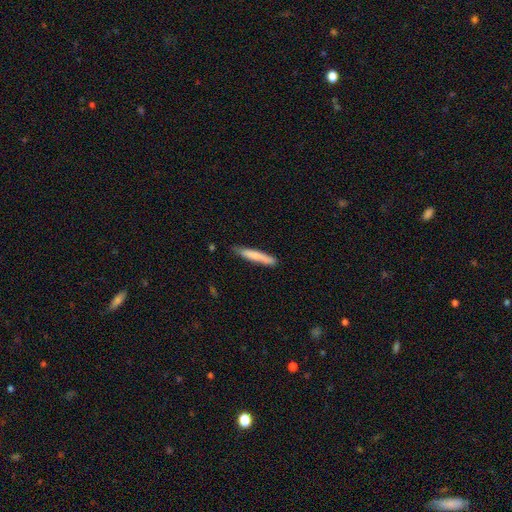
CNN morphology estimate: type=smooth (75%); roundness=cigar-shaped (93%); merging=none (79%).